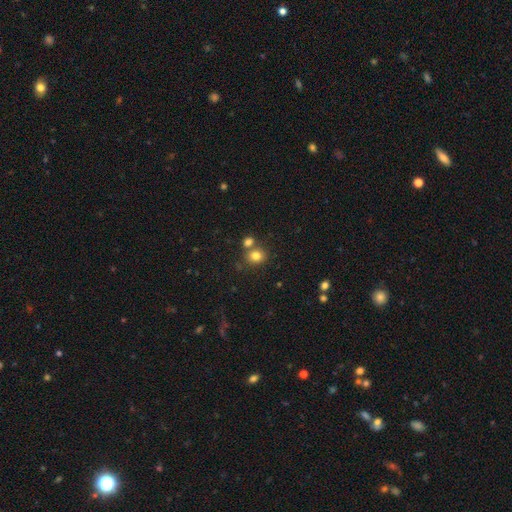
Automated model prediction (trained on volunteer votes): Overall: smooth (80%). How rounded: round (72%). Merging: none (62%; merger 26%).